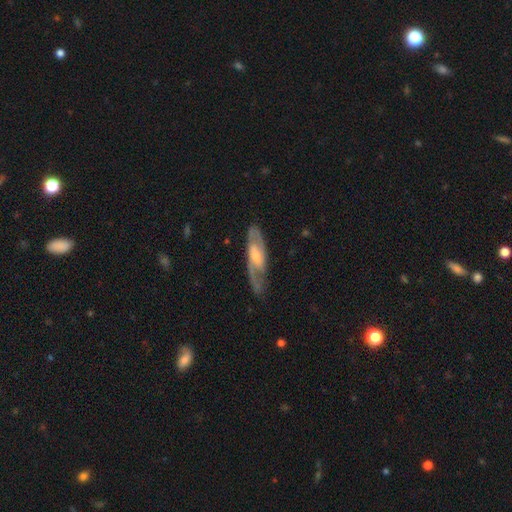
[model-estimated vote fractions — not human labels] Morphology: type=featured or disk (80%); edge-on=no (81%); bar=weak (44%); spiral arms=yes (91%); winding=medium (49%); arm count=2 (79%); bulge=moderate (49%); merging=none (76%).